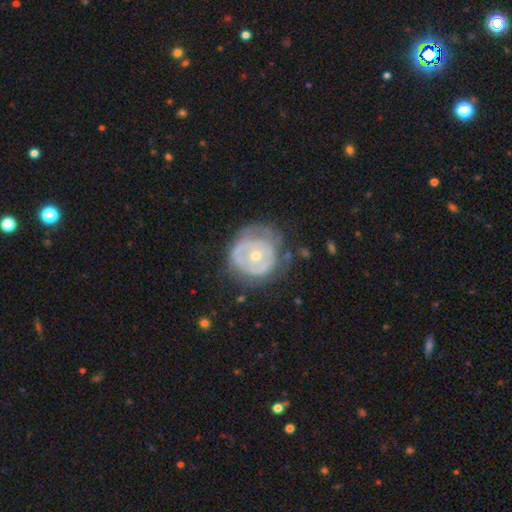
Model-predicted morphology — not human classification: type=featured or disk (63%); edge-on=no (97%); bar=no (84%); spiral arms=no (57%); bulge=small (57%); merging=none (53%).